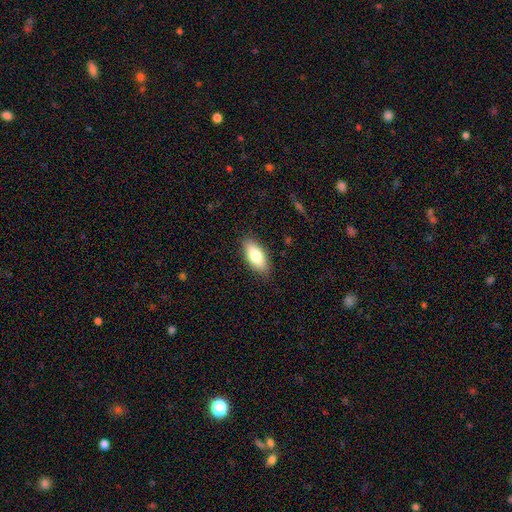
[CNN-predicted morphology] This is clearly a smooth galaxy (81%). How rounded: clearly in between (86%). Merging: clearly none (87%).